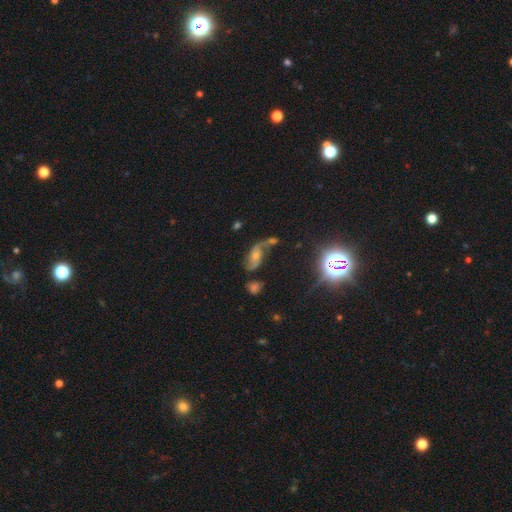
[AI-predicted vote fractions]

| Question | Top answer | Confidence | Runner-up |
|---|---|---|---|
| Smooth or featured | featured or disk | 65% | smooth (20%) |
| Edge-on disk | no | 93% | yes (7%) |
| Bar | no | 62% | weak (29%) |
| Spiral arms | yes | 86% | no (14%) |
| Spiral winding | loose | 64% | medium (26%) |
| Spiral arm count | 2 | 79% | 1 (11%) |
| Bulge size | moderate | 48% | small (40%) |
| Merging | none | 39% | merger (22%) |